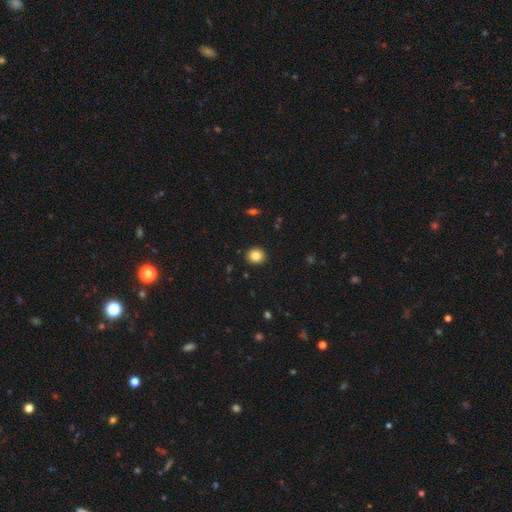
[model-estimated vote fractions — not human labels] Morphology: type=smooth (83%); roundness=round (82%); merging=none (92%).